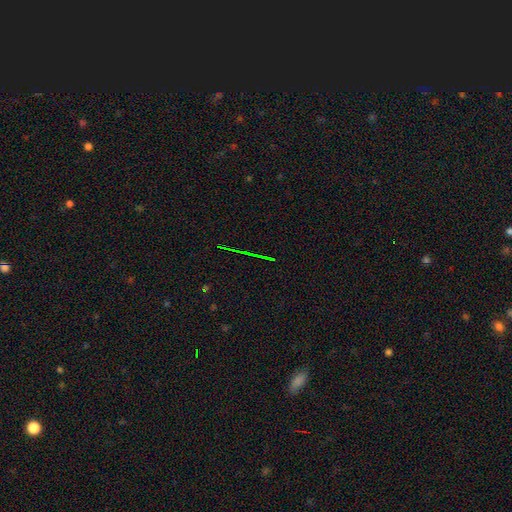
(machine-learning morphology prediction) Smooth or featured? star or artifact (72%)